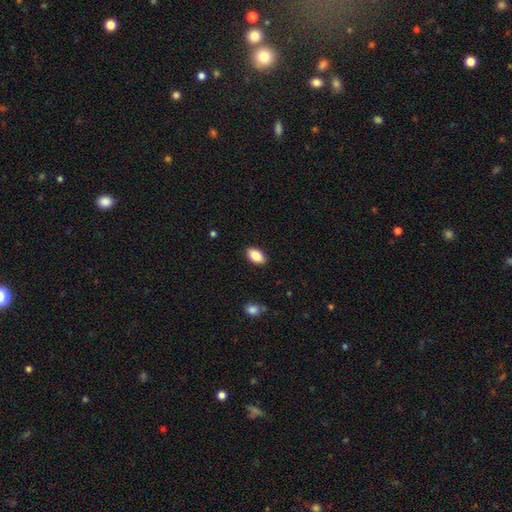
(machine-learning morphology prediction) This appears to be a smooth galaxy with no disk features (87%) that is in between round and cigar-shaped (93%). Merging: none (88%).